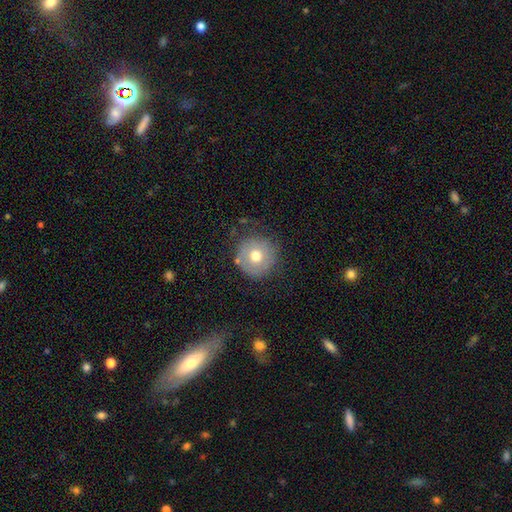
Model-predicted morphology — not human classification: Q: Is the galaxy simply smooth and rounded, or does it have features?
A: smooth — 68%.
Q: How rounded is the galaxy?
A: round — 94%.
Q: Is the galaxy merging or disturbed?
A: none — 77%.